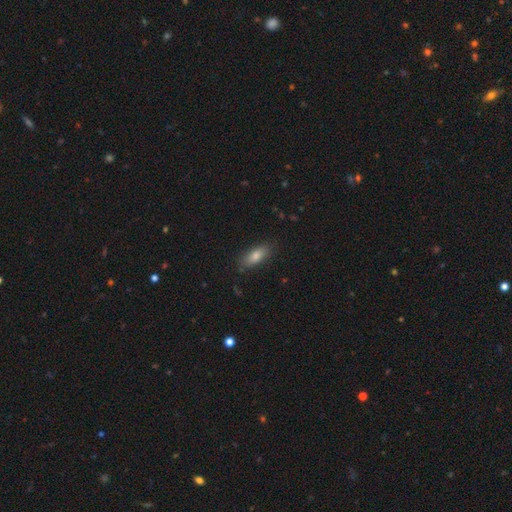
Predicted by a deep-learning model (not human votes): smooth-or-featured: smooth: 78% | featured or disk: 13% | star or artifact: 9%
  how-rounded: in between: 72% | cigar-shaped: 25% | round: 3%
  merging: none: 85% | minor disturbance: 11% | major disturbance: 3% | merger: 1%